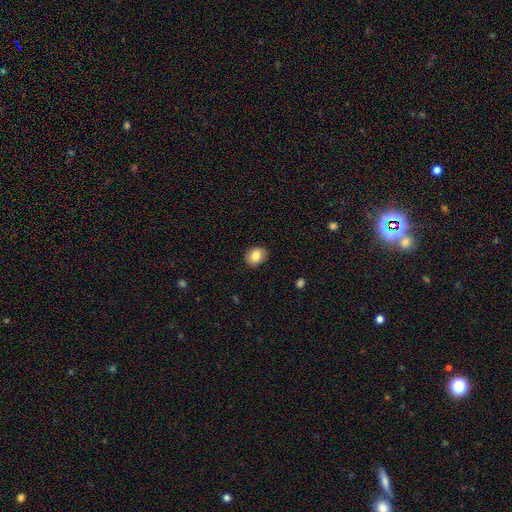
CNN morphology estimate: type=smooth (85%); roundness=round (54%); merging=none (88%).